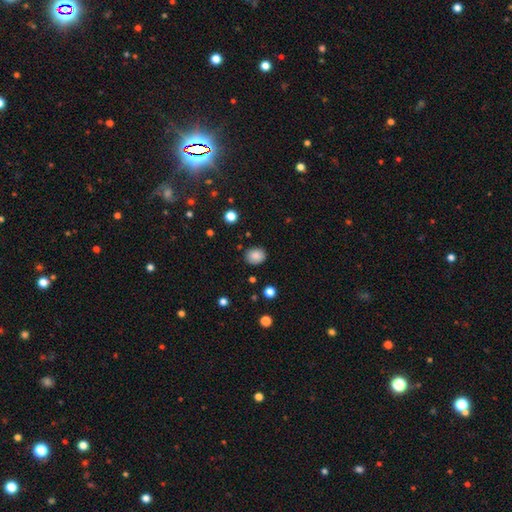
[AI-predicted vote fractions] This is clearly a smooth galaxy (85%). How rounded: likely round (61%). Merging: clearly none (85%).